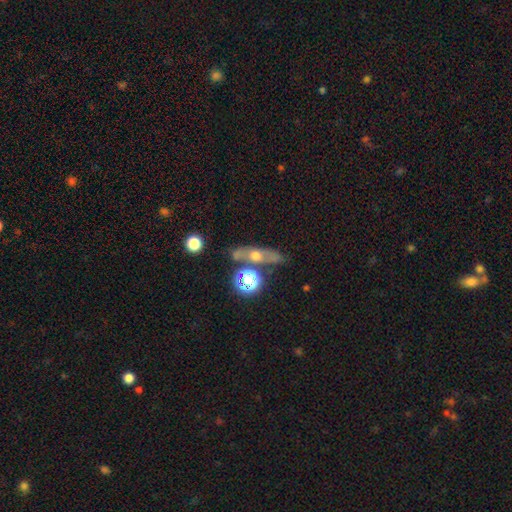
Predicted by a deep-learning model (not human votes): smooth-or-featured: featured or disk: 41% | smooth: 40% | star or artifact: 19%
  merging: none: 70% | minor disturbance: 13% | merger: 12% | major disturbance: 5%